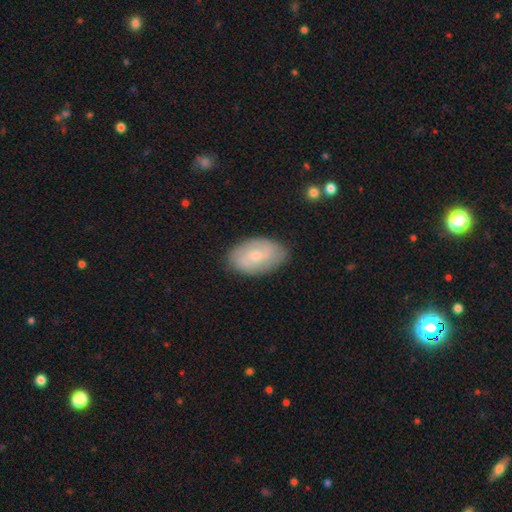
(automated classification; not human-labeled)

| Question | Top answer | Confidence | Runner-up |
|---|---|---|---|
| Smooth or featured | smooth | 52% | featured or disk (42%) |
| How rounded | in between | 92% | round (6%) |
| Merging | none | 81% | minor disturbance (15%) |